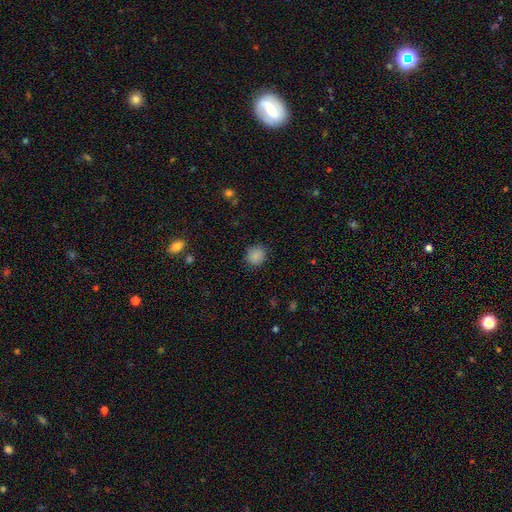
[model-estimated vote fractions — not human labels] This is clearly a smooth galaxy (87%). How rounded: clearly round (82%). Merging: clearly none (88%).